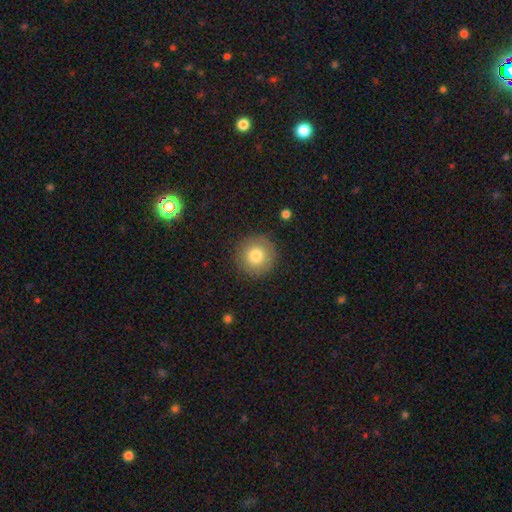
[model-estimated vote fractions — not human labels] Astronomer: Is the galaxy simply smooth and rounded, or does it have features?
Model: smooth — 78%.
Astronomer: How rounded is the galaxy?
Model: round — 95%.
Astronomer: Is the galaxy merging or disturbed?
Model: none — 89%.